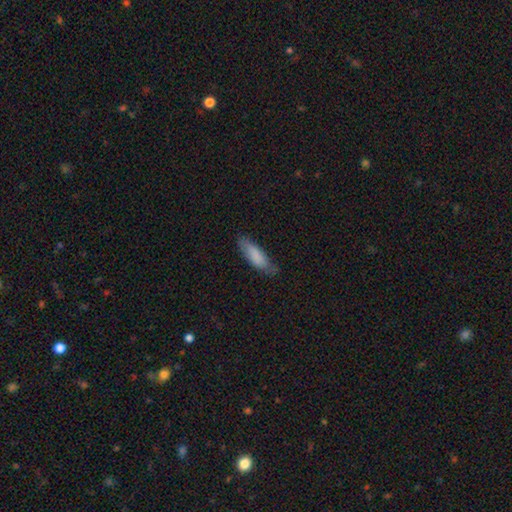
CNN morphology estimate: Smooth or featured? smooth (82%)
How rounded? in between (51%)
Merging? none (71%)